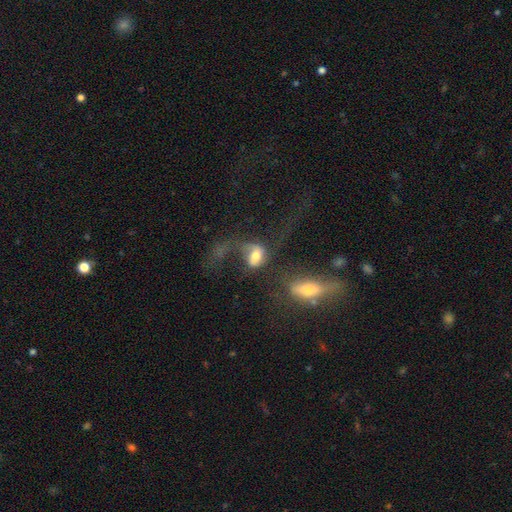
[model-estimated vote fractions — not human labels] smooth_or_featured: featured or disk (p=0.50) [alt: smooth p=0.41]
disk_edge_on: no (p=0.94) [alt: yes p=0.06]
merging: major disturbance (p=0.37) [alt: none p=0.25]